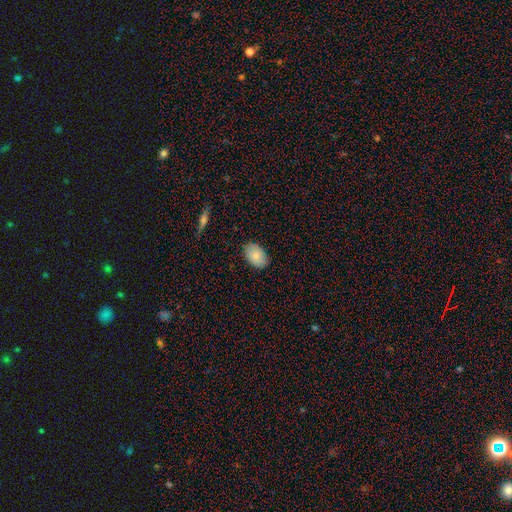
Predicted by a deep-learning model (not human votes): The model was most divided on "merging": none: 86%, minor disturbance: 11%, major disturbance: 2%, merger: 1%. More confident: how rounded — in between (88%); smooth or featured — smooth (85%).